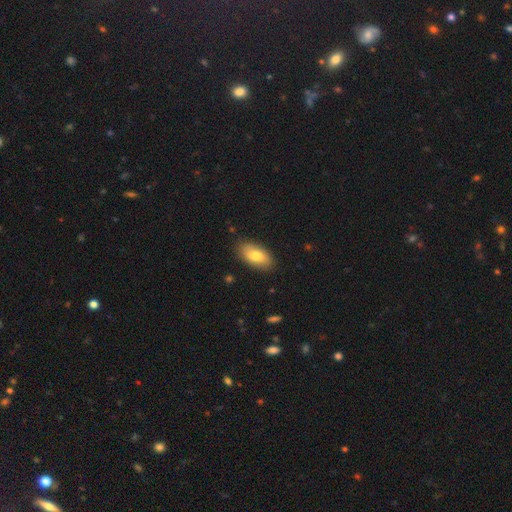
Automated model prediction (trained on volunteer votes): Smooth or featured?
  - smooth: 78% *
  - featured or disk: 16%
  - star or artifact: 6%
How rounded?
  - in between: 93% *
  - cigar-shaped: 4%
  - round: 3%
Merging?
  - none: 85% *
  - minor disturbance: 12%
  - major disturbance: 2%
  - merger: 1%